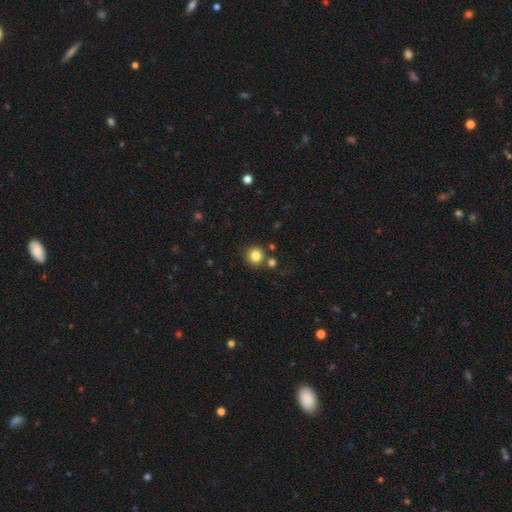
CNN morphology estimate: This is clearly a smooth galaxy (83%). How rounded: clearly round (92%). Merging: likely none (79%).